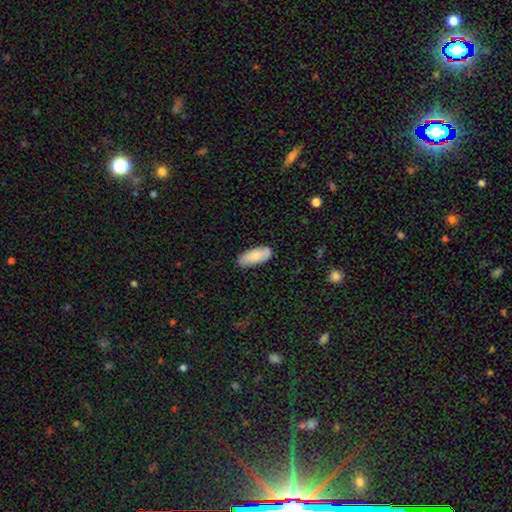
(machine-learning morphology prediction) This is clearly a smooth galaxy (83%). How rounded: clearly in between (85%). Merging: clearly none (84%).